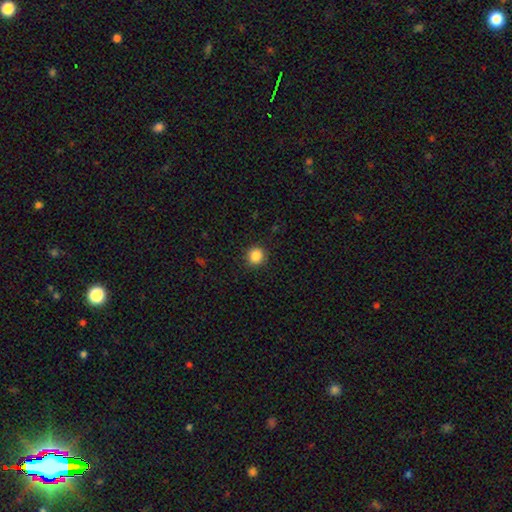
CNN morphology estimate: The model was most divided on "smooth or featured": smooth: 86%, star or artifact: 10%, featured or disk: 3%. More confident: merging — none (90%); how rounded — round (88%).